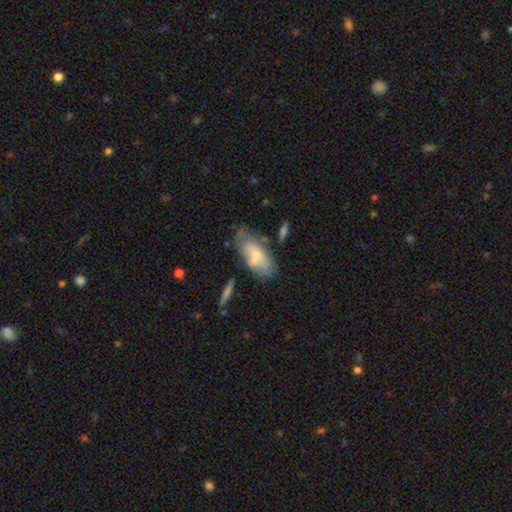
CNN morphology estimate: A smooth galaxy with no disk features (66%) that is in between round and cigar-shaped (87%). Merging: none (57%).